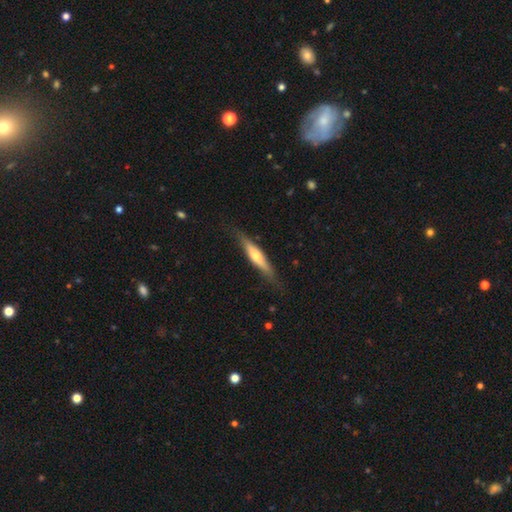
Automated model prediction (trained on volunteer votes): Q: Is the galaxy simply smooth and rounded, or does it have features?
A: featured or disk — 53%.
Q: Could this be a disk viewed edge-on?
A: yes — 90%.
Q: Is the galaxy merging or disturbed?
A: none — 81%.